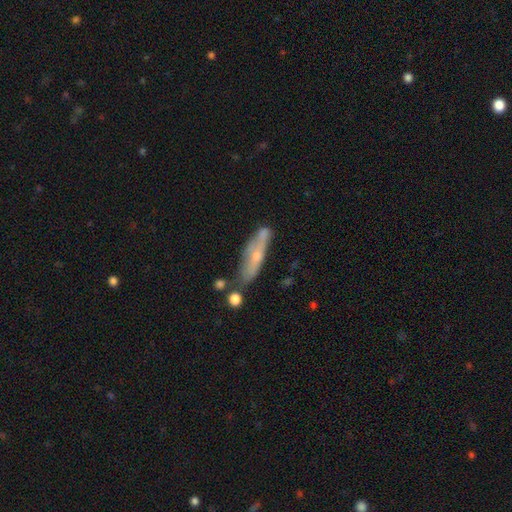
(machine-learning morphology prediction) This is possibly a featured or disk galaxy (47%, tied with smooth). Merging: possibly none (51%).